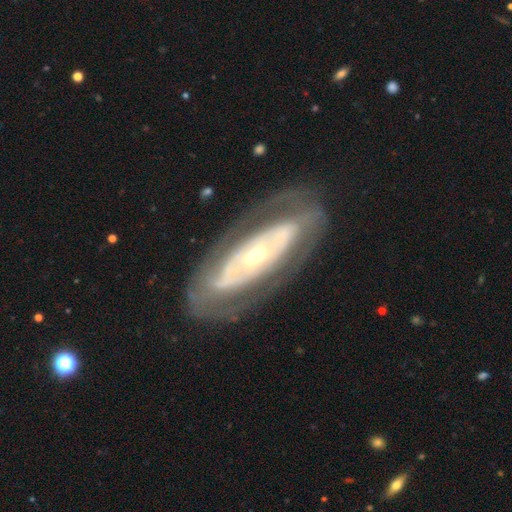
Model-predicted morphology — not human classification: Smooth or featured? Predicted: featured or disk (p=0.78). Edge-on disk? Predicted: no (p=0.87). Bar? Predicted: no (p=0.73). Spiral arms? Predicted: yes (p=0.53). Bulge size? Predicted: small (p=0.54). Merging? Predicted: none (p=0.75).